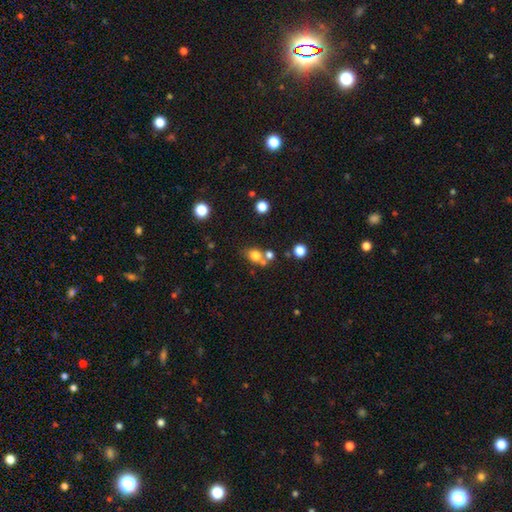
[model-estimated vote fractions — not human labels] smooth-or-featured: smooth: 75% | star or artifact: 15% | featured or disk: 10%
  how-rounded: round: 68% | in between: 31% | cigar-shaped: 1%
  merging: none: 54% | merger: 32% | minor disturbance: 10% | major disturbance: 4%